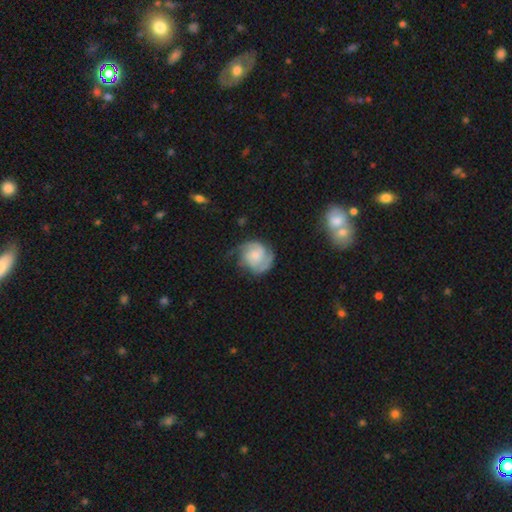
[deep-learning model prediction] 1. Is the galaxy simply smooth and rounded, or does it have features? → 78% featured or disk, 17% smooth, 6% star or artifact.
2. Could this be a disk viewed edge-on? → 98% no, 2% yes.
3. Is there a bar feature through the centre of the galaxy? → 69% no, 27% weak, 4% strong.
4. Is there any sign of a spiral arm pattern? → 96% yes, 4% no.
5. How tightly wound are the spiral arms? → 52% tight, 37% medium, 11% loose.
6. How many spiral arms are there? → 67% 2, 12% can't tell, 11% 3, 5% 1, 2% 4, 2% more than 4.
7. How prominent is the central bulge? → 51% small, 29% moderate, 13% none, 5% large, 2% dominant.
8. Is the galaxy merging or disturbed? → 64% none, 22% minor disturbance, 12% major disturbance, 2% merger.